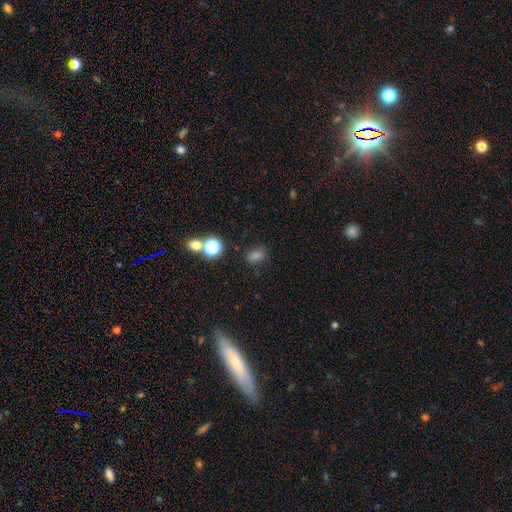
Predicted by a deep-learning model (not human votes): Smooth or featured: smooth — 75% (star or artifact — 19%)
How rounded: in between — 74% (round — 22%)
Merging: none — 74% (minor disturbance — 14%)